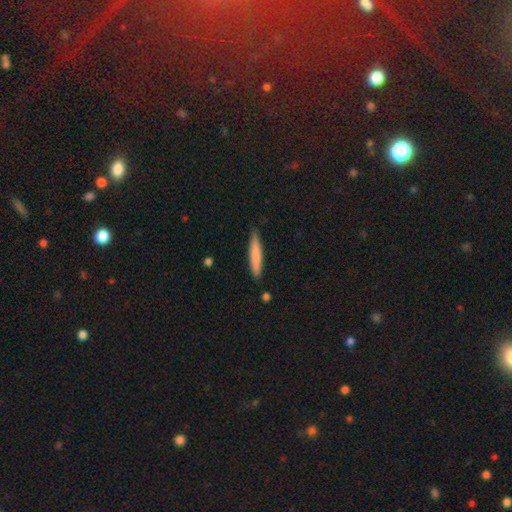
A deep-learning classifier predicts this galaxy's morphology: Q: Smooth or featured?
A: smooth (77%); runner-up: featured or disk (18%)
Q: How rounded?
A: cigar-shaped (93%); runner-up: in between (6%)
Q: Merging?
A: none (86%); runner-up: minor disturbance (11%)